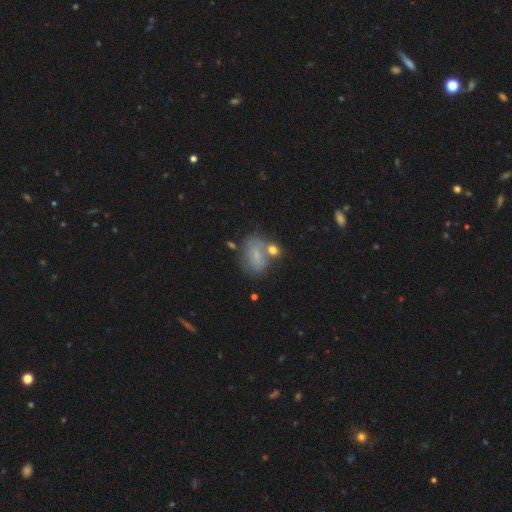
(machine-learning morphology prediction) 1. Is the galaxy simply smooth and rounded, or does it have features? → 60% smooth, 28% featured or disk, 12% star or artifact.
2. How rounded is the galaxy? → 68% in between, 30% round, 2% cigar-shaped.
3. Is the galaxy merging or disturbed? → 50% none, 21% merger, 20% minor disturbance, 8% major disturbance.